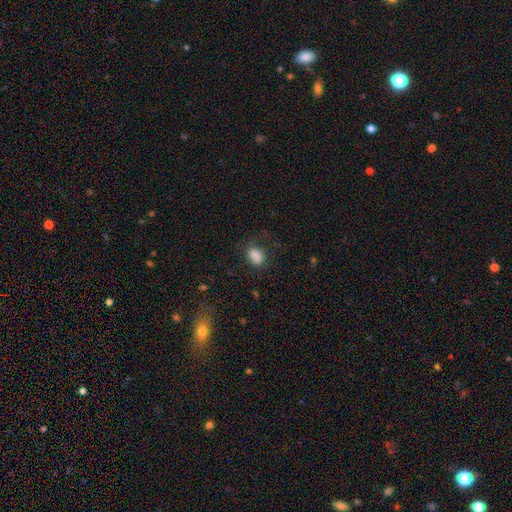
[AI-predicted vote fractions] Morphology: type=smooth (83%); roundness=in between (83%); merging=none (58%).